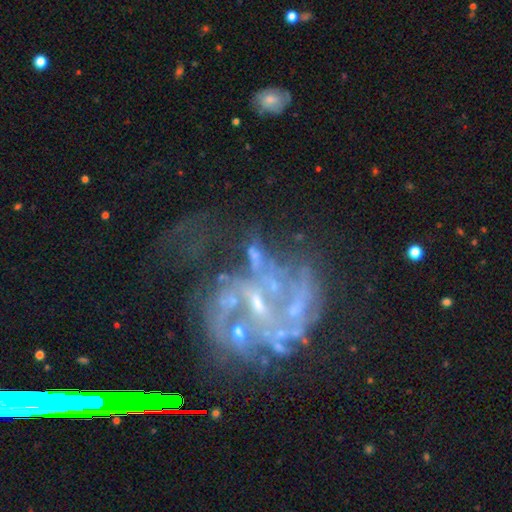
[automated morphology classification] This is possibly a featured or disk galaxy (51%). It is clearly not viewed edge-on (91%). Merging: marginally none (42%).